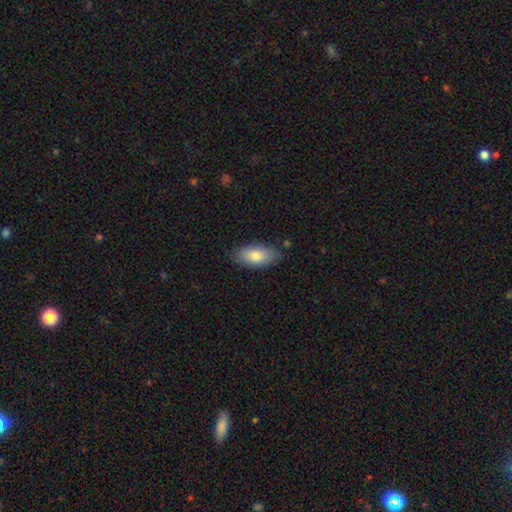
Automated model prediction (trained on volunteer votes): smooth_or_featured: smooth (p=0.79) [alt: featured or disk p=0.15]
how_rounded: in between (p=0.90) [alt: cigar-shaped p=0.07]
merging: none (p=0.82) [alt: minor disturbance p=0.14]